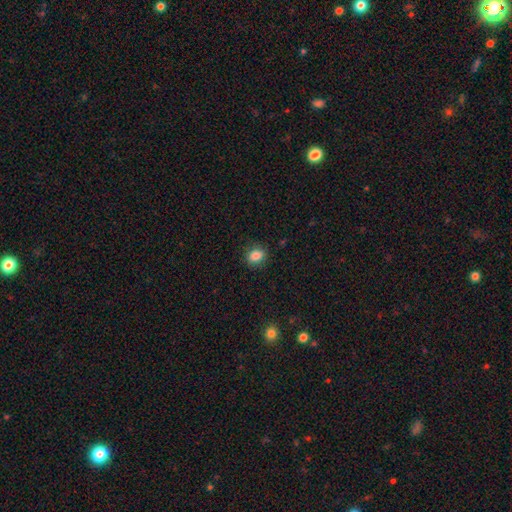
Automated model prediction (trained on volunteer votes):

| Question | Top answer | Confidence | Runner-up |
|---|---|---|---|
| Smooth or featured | smooth | 84% | star or artifact (10%) |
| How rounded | in between | 52% | round (46%) |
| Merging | none | 85% | minor disturbance (11%) |